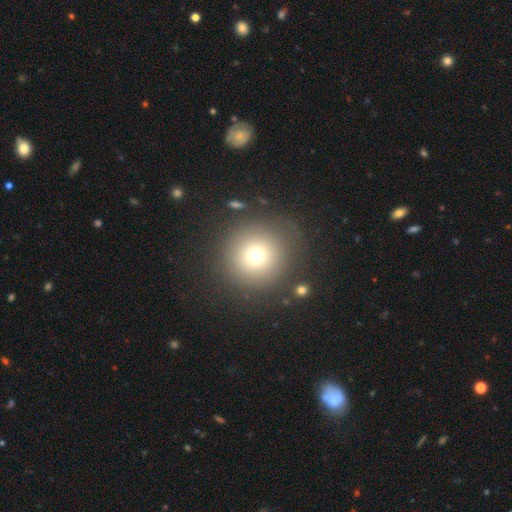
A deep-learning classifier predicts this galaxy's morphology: A smooth galaxy with no disk features (72%) that is round (94%). Merging: none (83%).